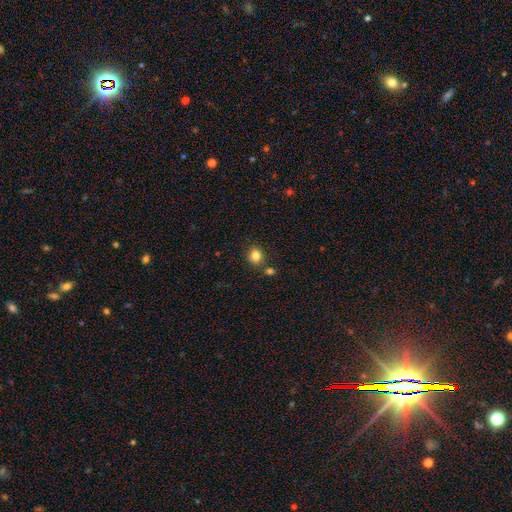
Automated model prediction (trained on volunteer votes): A smooth galaxy with no disk features (83%) that is round (73%). Merging: none (76%).